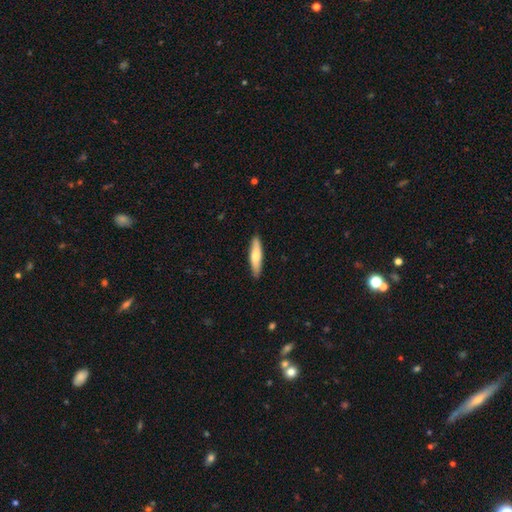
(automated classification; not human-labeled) Morphology: type=smooth (67%); roundness=cigar-shaped (77%); merging=none (89%).